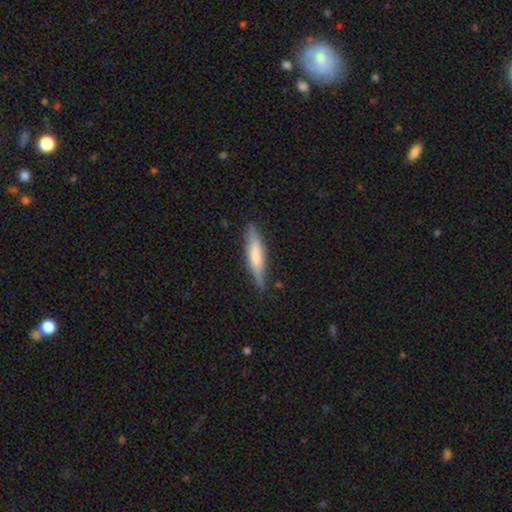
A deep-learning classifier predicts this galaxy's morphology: smooth-or-featured: smooth: 62% | featured or disk: 33% | star or artifact: 6%
  how-rounded: cigar-shaped: 81% | in between: 17% | round: 1%
  merging: none: 80% | minor disturbance: 16% | major disturbance: 3% | merger: 1%